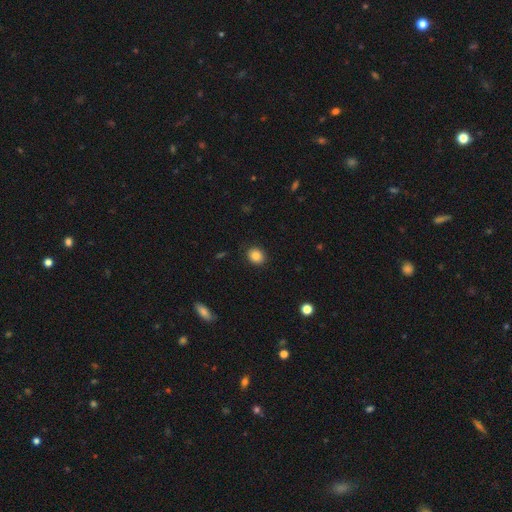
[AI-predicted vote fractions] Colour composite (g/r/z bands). It shows a smooth galaxy with no disk features (86%) that is round (64%). Merging: none (88%).